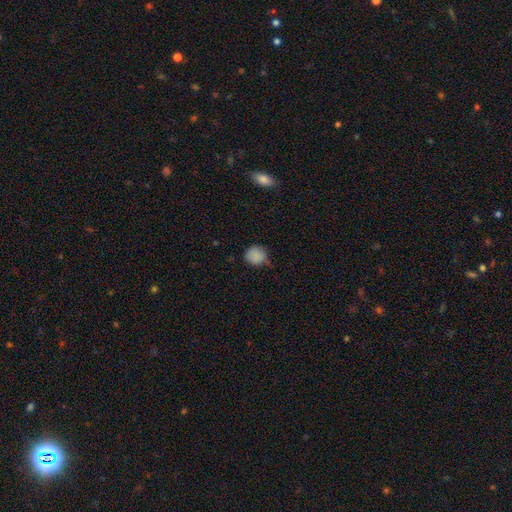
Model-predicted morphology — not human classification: A smooth galaxy with no disk features (86%) that is round (86%).

Vote fractions:
- Smooth or featured? smooth: 86% / star or artifact: 9% / featured or disk: 5%
- How rounded? round: 86% / in between: 13% / cigar-shaped: 1%
- Merging? none: 65% / minor disturbance: 28% / major disturbance: 5% / merger: 2%